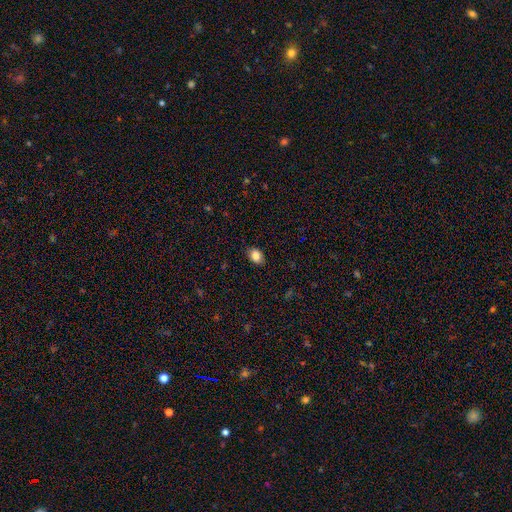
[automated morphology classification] type=smooth (84%); roundness=in between (75%); merging=none (85%).